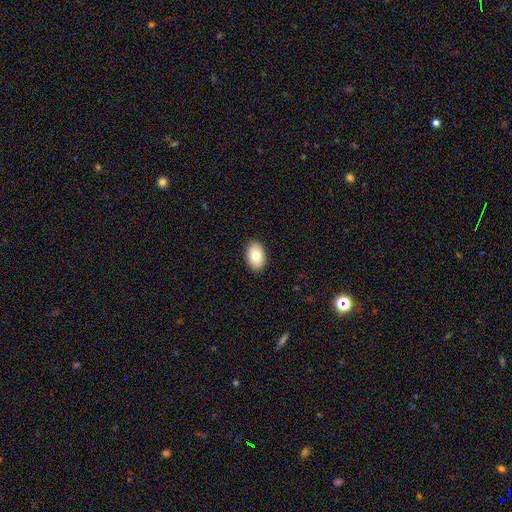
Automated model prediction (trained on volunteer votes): Smooth or featured? smooth (80%)
How rounded? in between (91%)
Merging? none (90%)